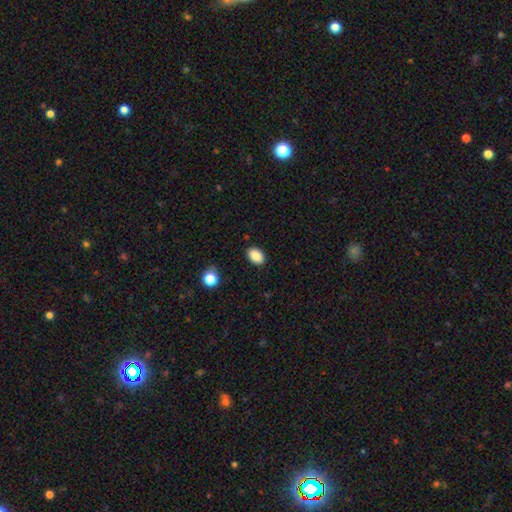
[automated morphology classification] Smooth or featured? smooth (87%)
How rounded? in between (84%)
Merging? none (88%)